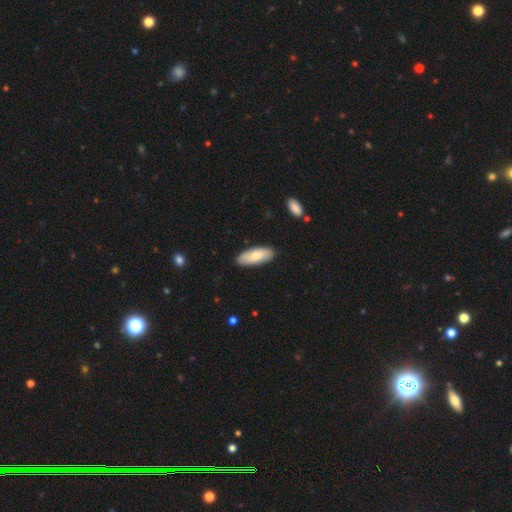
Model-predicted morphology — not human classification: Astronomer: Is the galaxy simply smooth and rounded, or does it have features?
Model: smooth — 76%.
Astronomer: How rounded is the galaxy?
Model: in between — 79%.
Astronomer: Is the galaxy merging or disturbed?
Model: none — 88%.